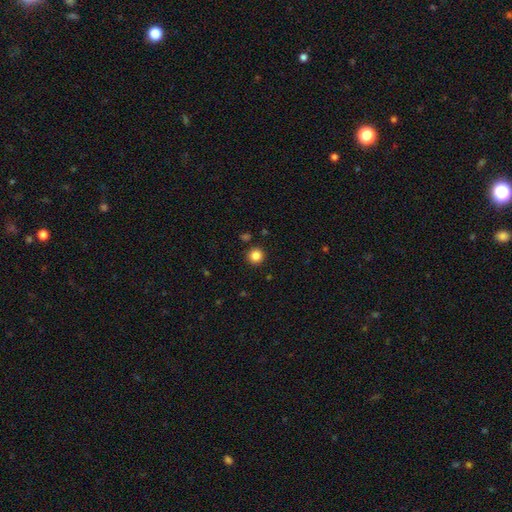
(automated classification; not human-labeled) Q: Smooth or featured?
A: smooth (85%); runner-up: star or artifact (11%)
Q: How rounded?
A: round (94%); runner-up: in between (5%)
Q: Merging?
A: none (91%); runner-up: minor disturbance (5%)